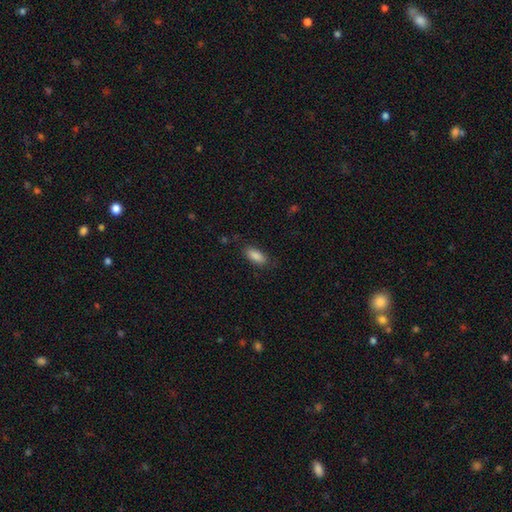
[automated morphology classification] smooth 88%, star or artifact 7%, featured or disk 5%. Down the decision tree: how rounded — in between (84%); merging — none (83%).